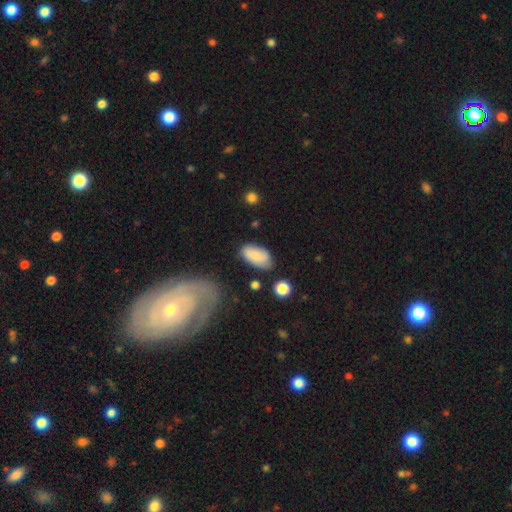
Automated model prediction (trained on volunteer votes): Smooth or featured? Predicted: smooth (p=0.77). How rounded? Predicted: in between (p=0.94). Merging? Predicted: none (p=0.70).